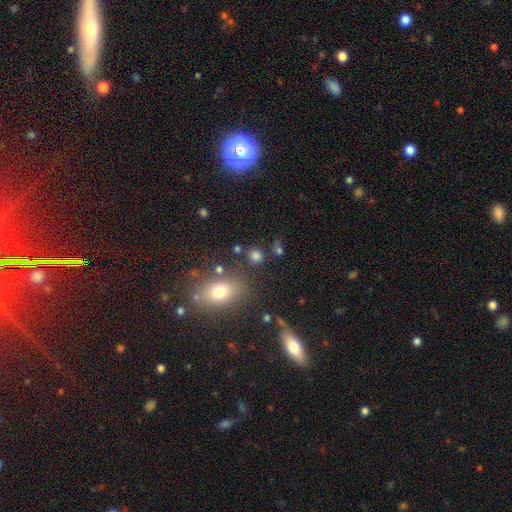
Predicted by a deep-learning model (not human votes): A smooth galaxy with no disk features (79%) that is round (80%). Merging: none (78%).